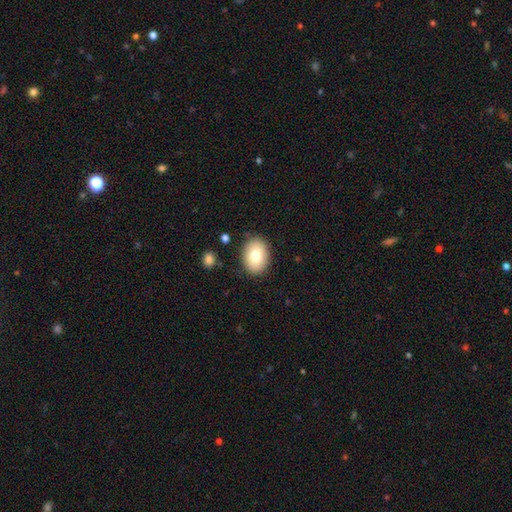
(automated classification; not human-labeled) smooth 77%, featured or disk 15%, star or artifact 8%. Down the decision tree: how rounded — in between (72%); merging — none (86%).